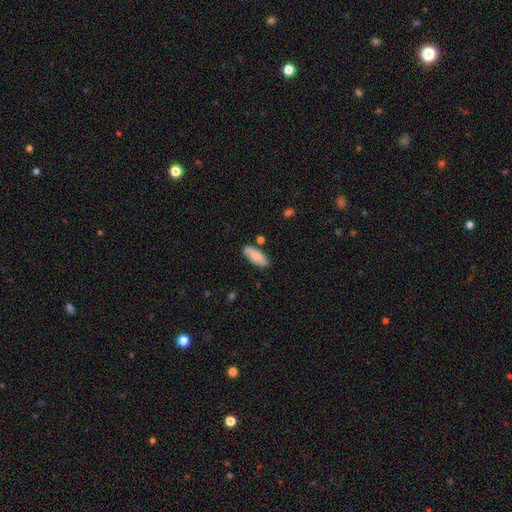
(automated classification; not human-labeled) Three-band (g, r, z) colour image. It shows a smooth galaxy with no disk features (83%) that is in between round and cigar-shaped (76%). Merging: none (80%).